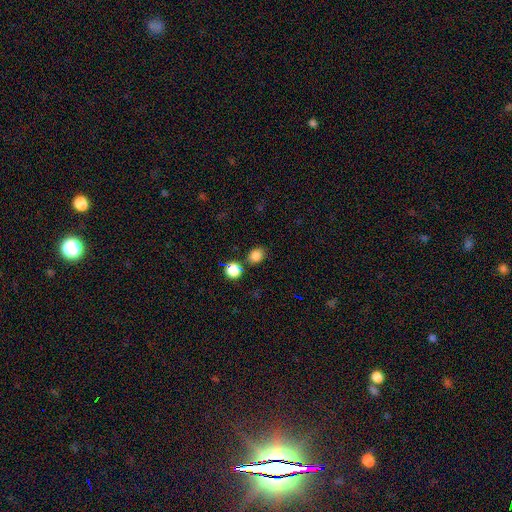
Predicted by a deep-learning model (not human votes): This is clearly a smooth galaxy (83%). How rounded: possibly round (56%). Merging: likely none (75%).